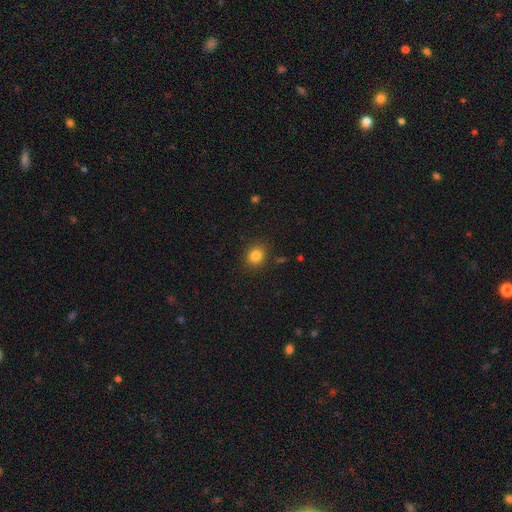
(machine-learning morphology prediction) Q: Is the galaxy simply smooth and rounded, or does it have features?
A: smooth — 83%.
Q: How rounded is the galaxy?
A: round — 74%.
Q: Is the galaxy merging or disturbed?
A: none — 88%.